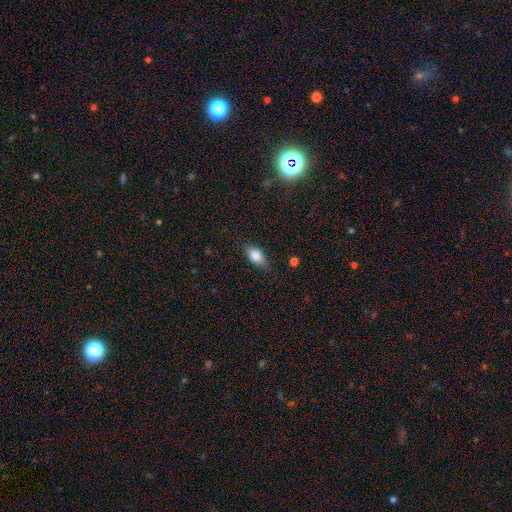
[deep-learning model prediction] Morphology: type=smooth (76%); roundness=in between (84%); merging=none (82%).